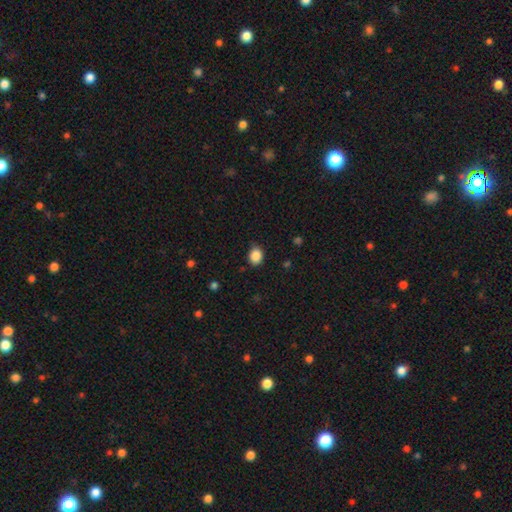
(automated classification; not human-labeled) Overall: smooth (86%). How rounded: round (55%; in between 44%). Merging: none (81%).